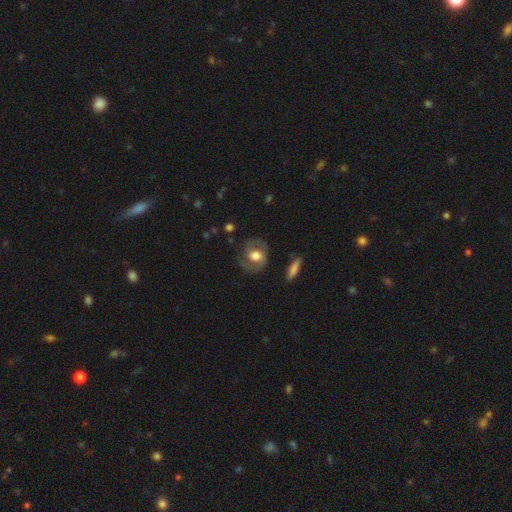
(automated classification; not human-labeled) Morphology: type=featured or disk (50%); merging=none (74%).